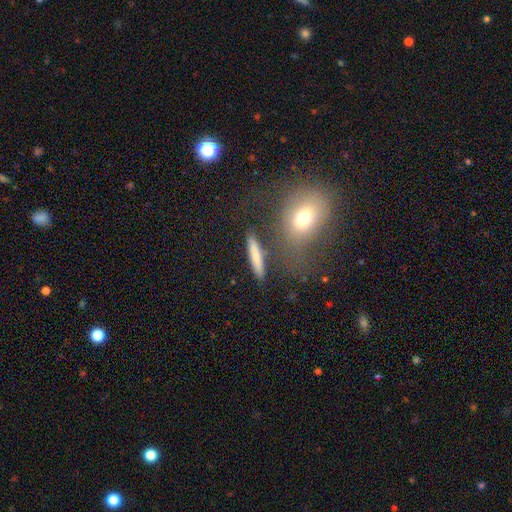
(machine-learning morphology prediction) Q: Smooth or featured?
A: smooth (75%); runner-up: featured or disk (17%)
Q: How rounded?
A: cigar-shaped (85%); runner-up: in between (11%)
Q: Merging?
A: none (79%); runner-up: minor disturbance (11%)